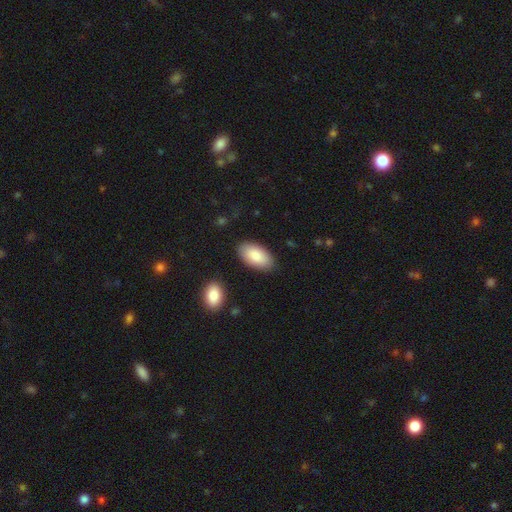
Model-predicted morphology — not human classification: type=smooth (86%); roundness=in between (95%); merging=none (86%).